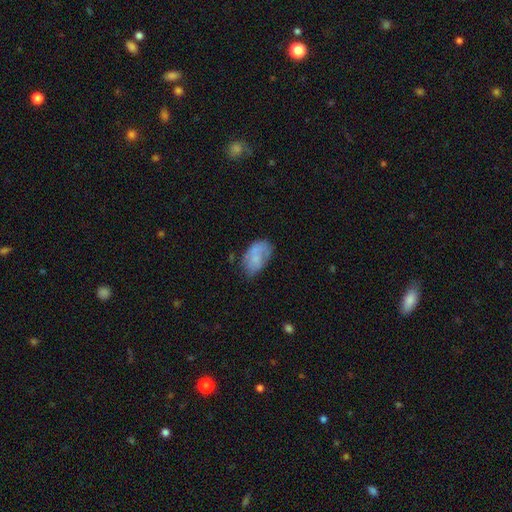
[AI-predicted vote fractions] Smooth or featured: smooth — 66% (featured or disk — 26%)
How rounded: in between — 92% (round — 7%)
Merging: none — 46% (minor disturbance — 32%)